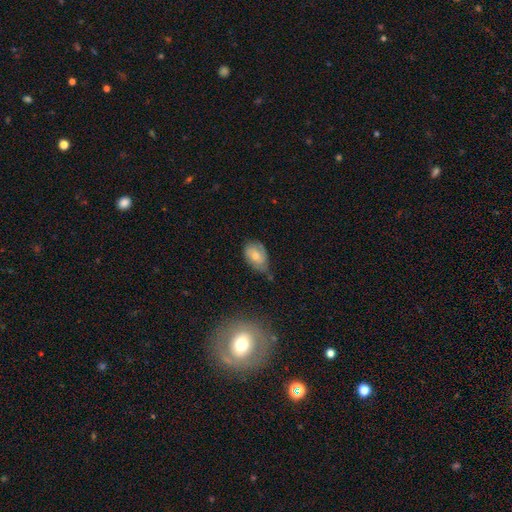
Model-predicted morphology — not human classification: Smooth or featured: smooth — 56% (featured or disk — 36%)
How rounded: in between — 84% (round — 14%)
Merging: none — 45% (minor disturbance — 41%)